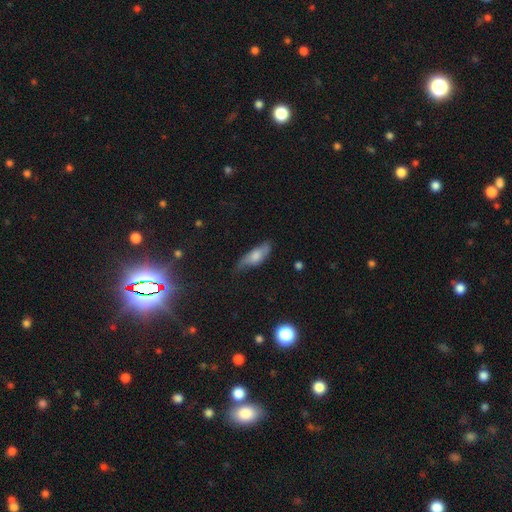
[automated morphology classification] This is likely a smooth galaxy (67%). How rounded: likely in between (66%). Merging: possibly none (56%).